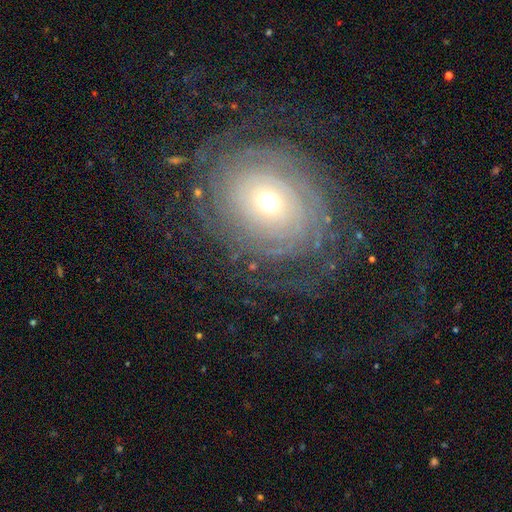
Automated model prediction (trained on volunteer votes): A featured or disk galaxy (80%) with no bar (75%), tight (79%) spiral arms (91%) and a moderate central bulge (56%).

Vote fractions:
- Smooth or featured? featured or disk: 80% / smooth: 10% / star or artifact: 9%
- Edge-on disk? no: 96% / yes: 4%
- Bar? no: 75% / weak: 17% / strong: 8%
- Spiral arms? yes: 91% / no: 9%
- Spiral winding? tight: 79% / medium: 15% / loose: 6%
- Spiral arm count? can't tell: 38% / 2: 16% / more than 4: 14% / 3: 12% / 4: 11% / 1: 8%
- Bulge size? moderate: 56% / small: 37% / large: 5% / dominant: 1% / none: 1%
- Merging? none: 74% / minor disturbance: 12% / major disturbance: 12% / merger: 1%